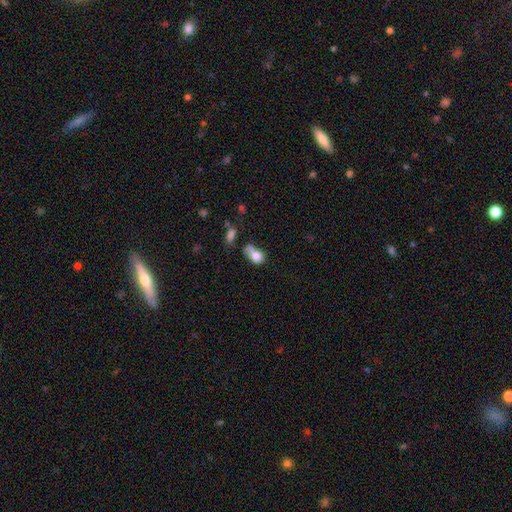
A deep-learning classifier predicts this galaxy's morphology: smooth_or_featured: smooth (p=0.75) [alt: featured or disk p=0.16]
how_rounded: in between (p=0.72) [alt: round p=0.26]
merging: merger (p=0.32) [alt: none p=0.24]